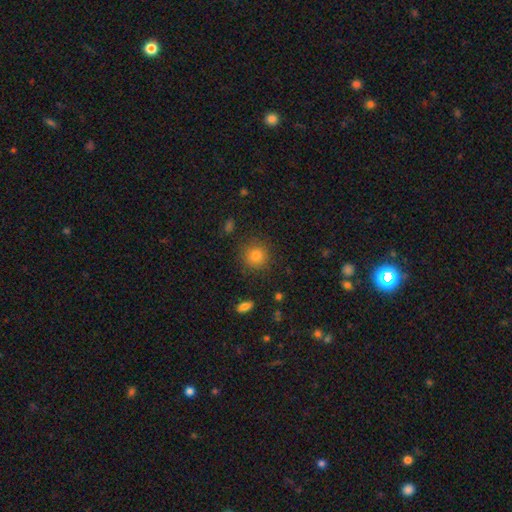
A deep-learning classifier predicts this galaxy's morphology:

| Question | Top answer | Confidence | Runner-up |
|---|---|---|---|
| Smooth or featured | smooth | 82% | star or artifact (12%) |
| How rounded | round | 91% | in between (8%) |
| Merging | none | 86% | minor disturbance (9%) |